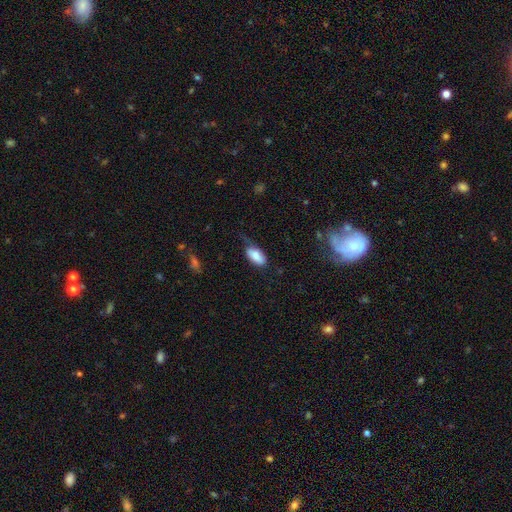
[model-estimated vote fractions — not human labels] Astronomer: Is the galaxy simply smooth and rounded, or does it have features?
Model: smooth — 80%.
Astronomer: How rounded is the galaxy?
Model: in between — 93%.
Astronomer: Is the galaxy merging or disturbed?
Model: none — 41% (runner-up: minor disturbance, 38%).